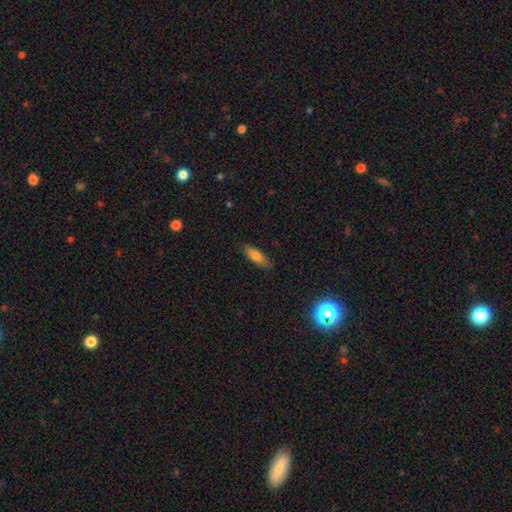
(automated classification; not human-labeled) Smooth or featured: smooth — 69% (featured or disk — 24%)
How rounded: cigar-shaped — 52% (in between — 46%)
Merging: none — 85% (minor disturbance — 12%)